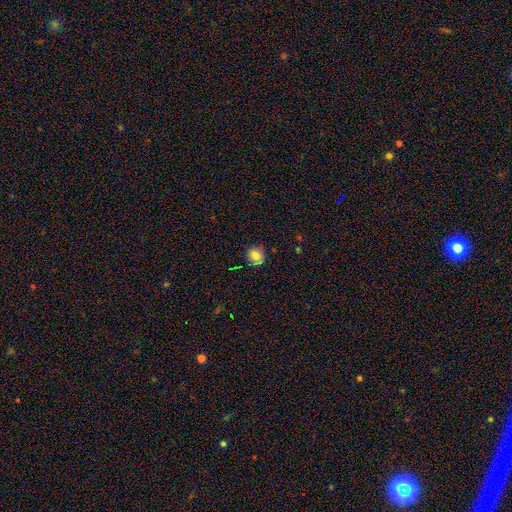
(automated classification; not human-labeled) smooth_or_featured: smooth (p=0.79) [alt: star or artifact p=0.11]
how_rounded: round (p=0.88) [alt: in between p=0.11]
merging: none (p=0.84) [alt: minor disturbance p=0.12]